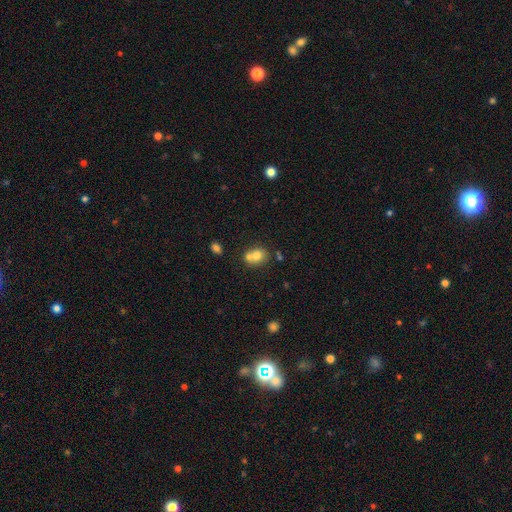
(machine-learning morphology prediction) A smooth galaxy with no disk features (73%) that is round (68%).

Vote fractions:
- Smooth or featured? smooth: 73% / featured or disk: 16% / star or artifact: 11%
- How rounded? round: 68% / in between: 31% / cigar-shaped: 1%
- Merging? merger: 49% / none: 39% / minor disturbance: 9% / major disturbance: 3%